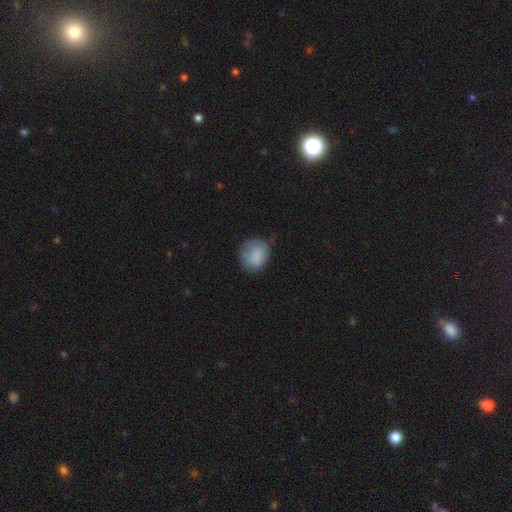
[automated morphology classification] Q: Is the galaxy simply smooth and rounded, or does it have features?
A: smooth — 85%.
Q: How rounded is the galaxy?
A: round — 75%.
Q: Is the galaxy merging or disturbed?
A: none — 65%.